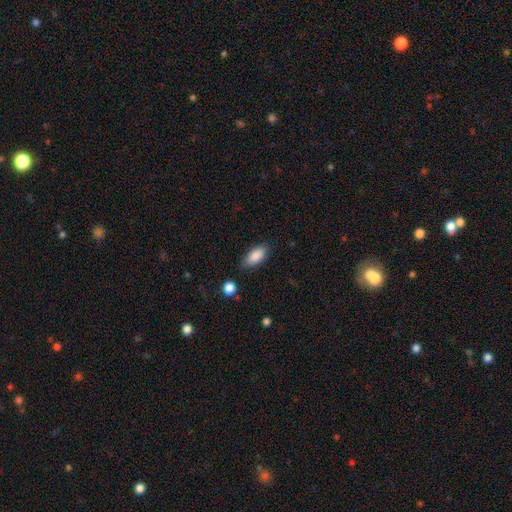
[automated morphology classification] Smooth or featured? smooth (88%)
How rounded? in between (88%)
Merging? none (82%)